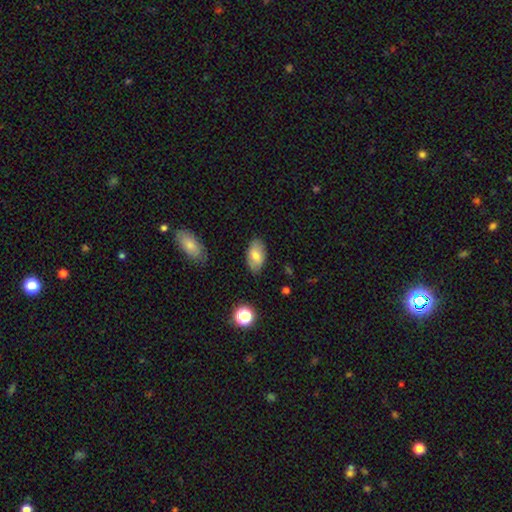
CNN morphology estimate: type=smooth (73%); roundness=in between (94%); merging=none (82%).